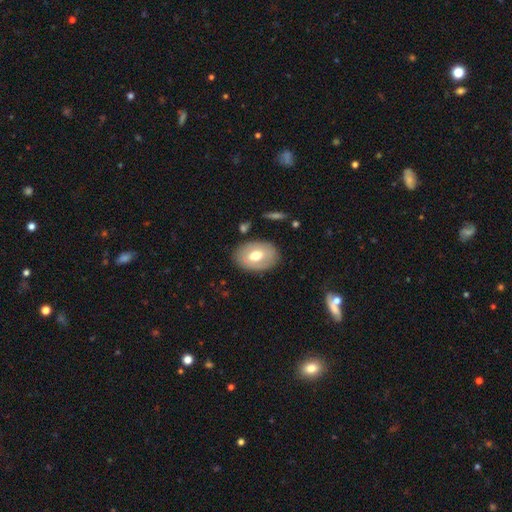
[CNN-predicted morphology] The model was most divided on "smooth or featured": smooth: 55%, featured or disk: 38%, star or artifact: 7%. More confident: how rounded — in between (82%); merging — none (81%).